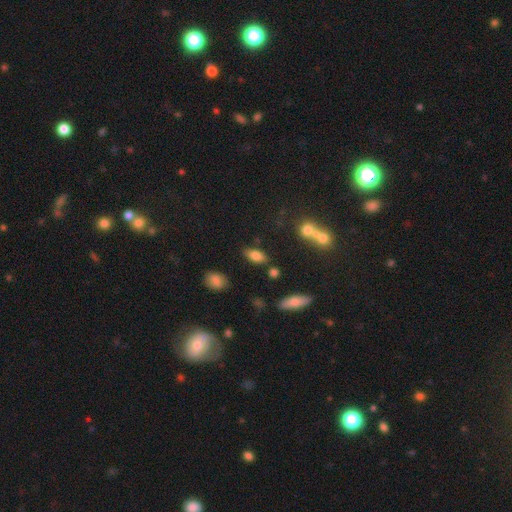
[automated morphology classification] A smooth galaxy with no disk features (79%) that is in between round and cigar-shaped (87%).

Vote fractions:
- Smooth or featured? smooth: 79% / featured or disk: 12% / star or artifact: 9%
- How rounded? in between: 87% / cigar-shaped: 9% / round: 4%
- Merging? none: 76% / minor disturbance: 13% / merger: 7% / major disturbance: 4%